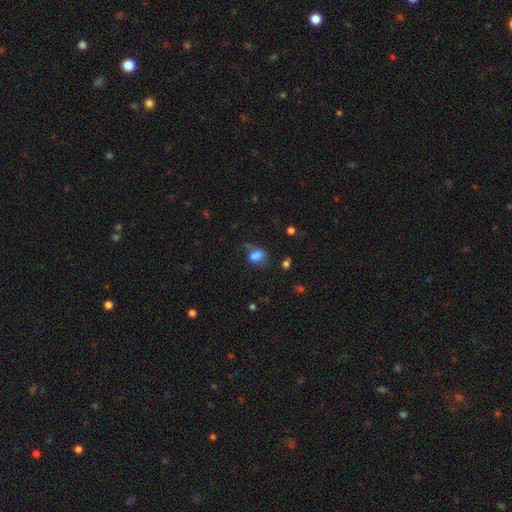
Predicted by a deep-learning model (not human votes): Overall: smooth (74%). How rounded: in between (74%). Merging: none (39%; minor disturbance 27%).